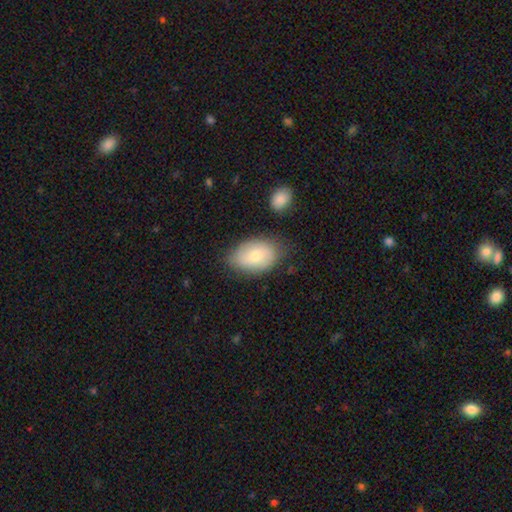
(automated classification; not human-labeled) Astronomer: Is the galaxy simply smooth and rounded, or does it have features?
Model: smooth — 66%.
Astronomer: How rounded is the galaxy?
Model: in between — 85%.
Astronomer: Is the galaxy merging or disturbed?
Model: none — 69%.